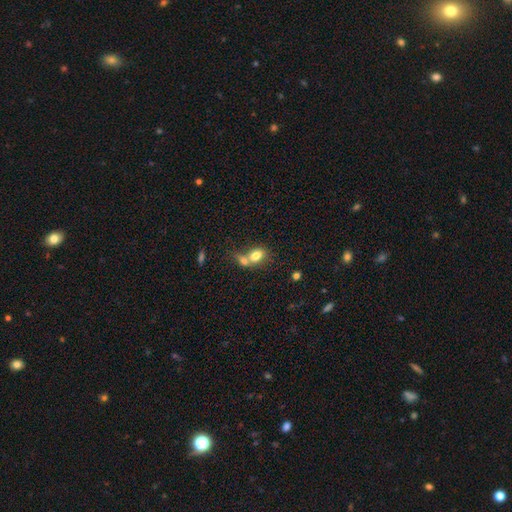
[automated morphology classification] A smooth galaxy with no disk features (77%) that is in between round and cigar-shaped (73%). Merging: merger (60%).